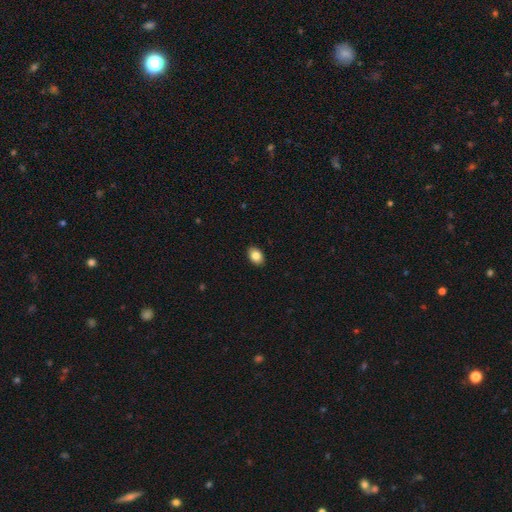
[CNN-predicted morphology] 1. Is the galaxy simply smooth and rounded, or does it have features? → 86% smooth, 8% star or artifact, 7% featured or disk.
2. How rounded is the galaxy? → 85% in between, 14% round, 1% cigar-shaped.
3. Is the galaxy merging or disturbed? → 90% none, 7% minor disturbance, 2% major disturbance, 1% merger.